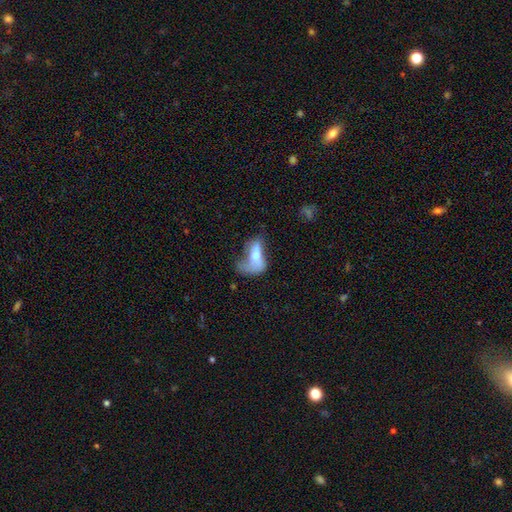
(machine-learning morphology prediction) The model was most divided on "smooth or featured": smooth: 55%, featured or disk: 36%, star or artifact: 9%. Remaining: how rounded — in between (82%); merging — major disturbance (47%).